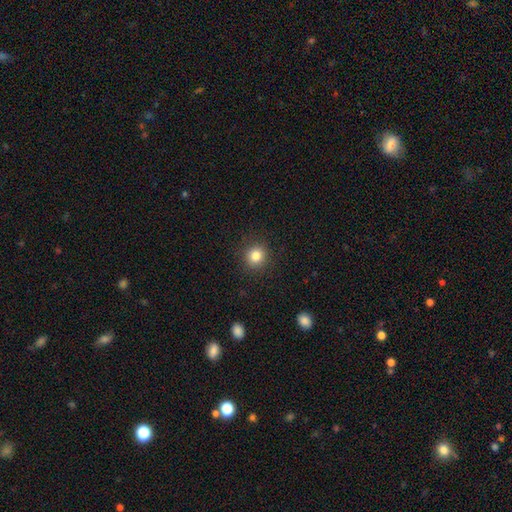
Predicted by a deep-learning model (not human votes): A smooth galaxy with no disk features (83%) that is round (91%). Merging: none (91%).